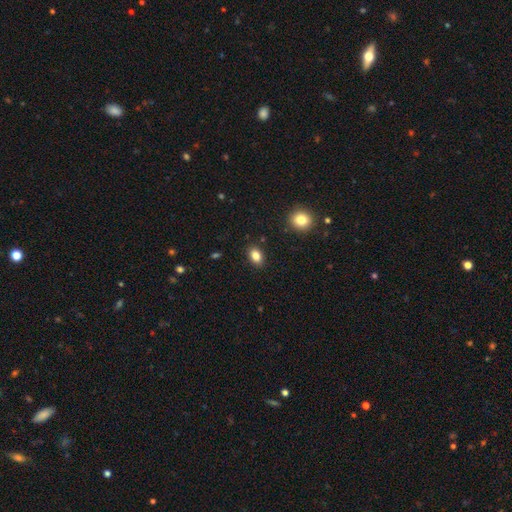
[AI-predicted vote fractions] Smooth or featured: smooth — 83% (star or artifact — 10%)
How rounded: in between — 76% (round — 22%)
Merging: none — 88% (minor disturbance — 8%)